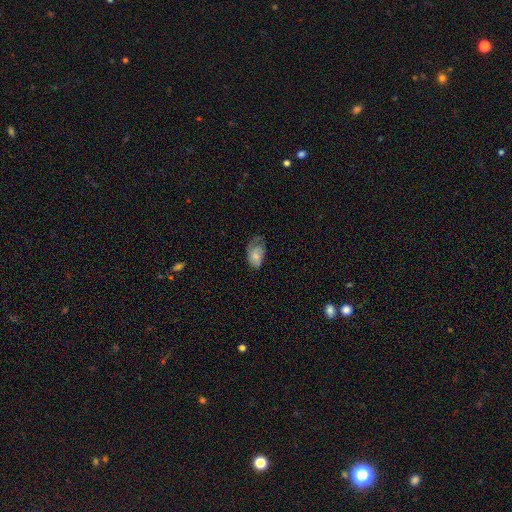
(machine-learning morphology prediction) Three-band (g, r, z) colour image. It shows a smooth galaxy with no disk features (62%) that is in between round and cigar-shaped (89%). Merging: minor disturbance (35%).